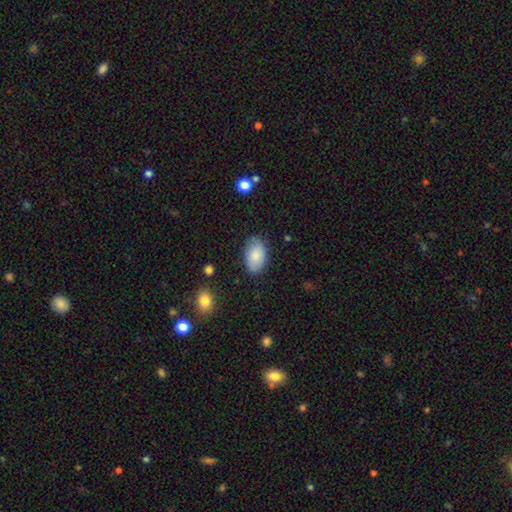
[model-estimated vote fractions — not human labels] smooth 83%, featured or disk 10%, star or artifact 7%. Down the decision tree: how rounded — in between (93%); merging — none (79%).